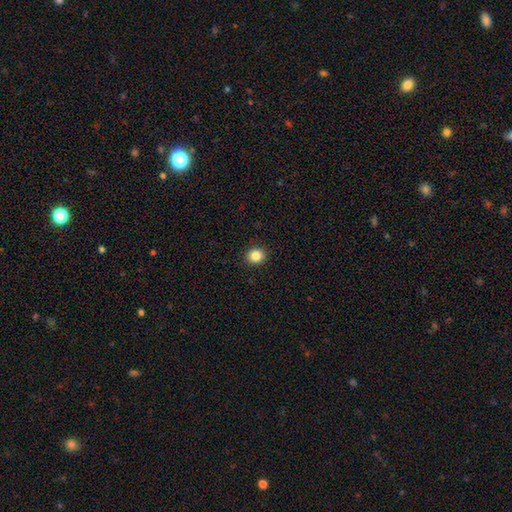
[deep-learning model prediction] Smooth or featured: smooth — 85% (star or artifact — 11%)
How rounded: round — 82% (in between — 17%)
Merging: none — 92% (minor disturbance — 5%)